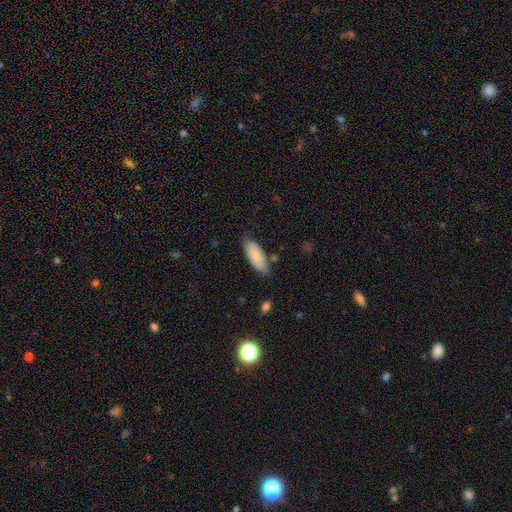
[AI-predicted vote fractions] Smooth or featured? smooth (78%)
How rounded? in between (85%)
Merging? none (70%)